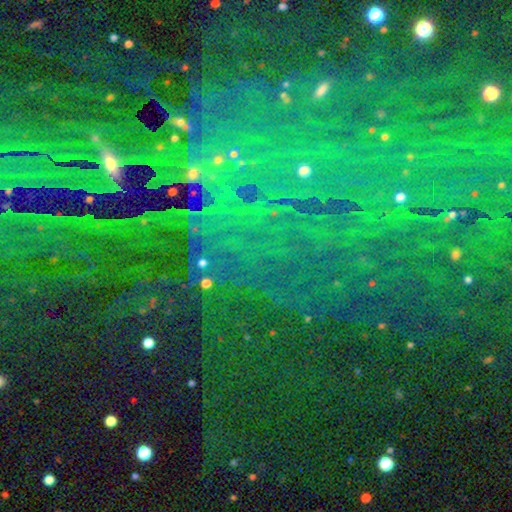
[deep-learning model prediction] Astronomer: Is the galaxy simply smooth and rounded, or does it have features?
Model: star or artifact — 82%.